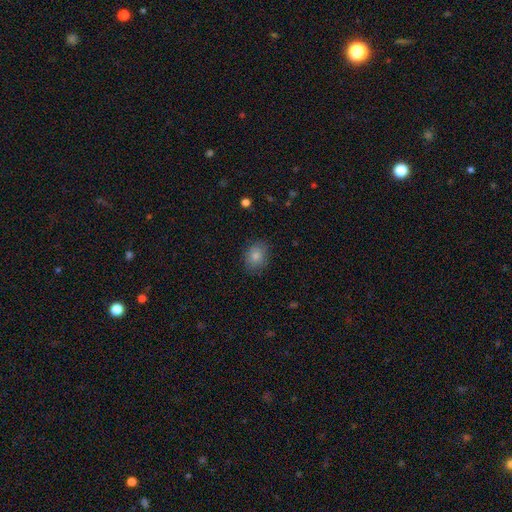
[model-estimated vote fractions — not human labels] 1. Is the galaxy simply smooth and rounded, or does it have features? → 83% smooth, 9% star or artifact, 8% featured or disk.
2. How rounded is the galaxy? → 52% in between, 47% round, 1% cigar-shaped.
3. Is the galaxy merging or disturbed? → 82% none, 13% minor disturbance, 3% major disturbance, 1% merger.